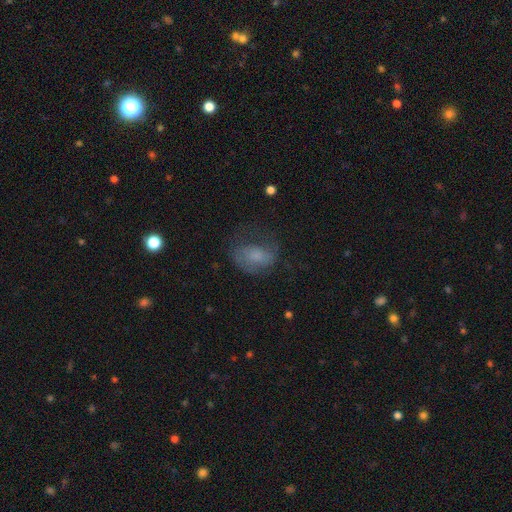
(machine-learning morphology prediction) Q: Smooth or featured?
A: smooth (54%); runner-up: featured or disk (33%)
Q: How rounded?
A: in between (76%); runner-up: round (22%)
Q: Merging?
A: none (43%); runner-up: major disturbance (29%)